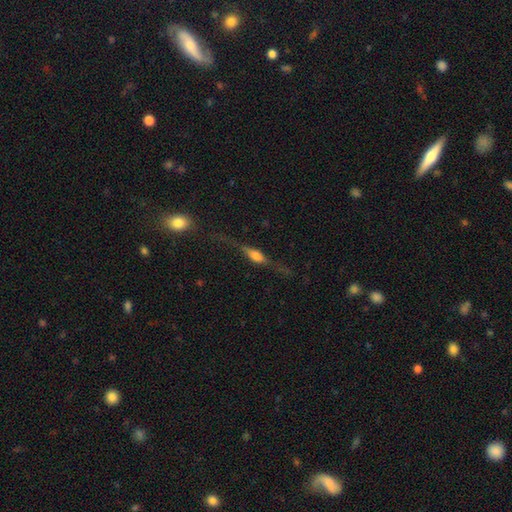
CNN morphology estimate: Smooth or featured: featured or disk — 67% (smooth — 25%)
Edge-on disk: yes — 93% (no — 7%)
Edge-on bulge: rounded — 84% (boxy — 12%)
Merging: none — 70% (minor disturbance — 17%)